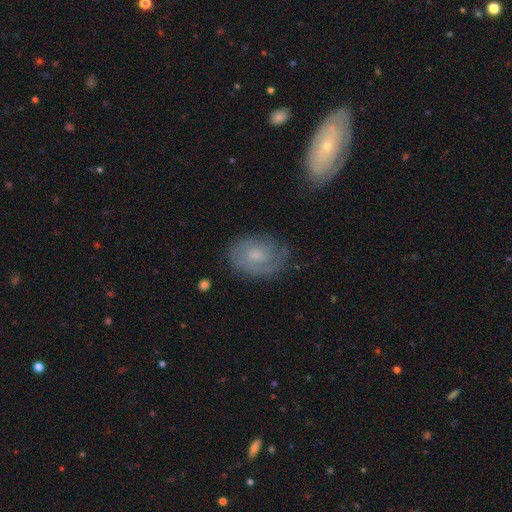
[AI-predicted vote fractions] The model was most divided on "spiral arm count": can't tell: 37%, 2: 35%, 1: 14%, 3: 9%, 4: 3%, more than 4: 3%. Remaining: edge-on disk — no (96%); spiral arms — yes (86%); bar — no (71%); merging — none (70%); smooth or featured — featured or disk (63%); spiral winding — tight (58%); bulge size — small (50%).